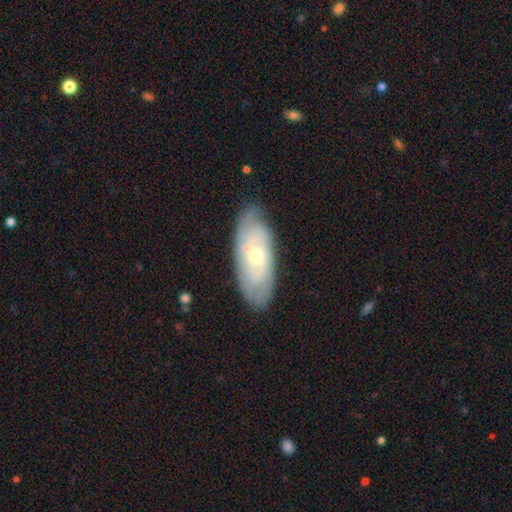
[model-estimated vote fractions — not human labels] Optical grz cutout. It shows a featured or disk galaxy (68%) with no bar (72%), spiral arms (80%) and a small central bulge (53%). Merging: none (78%).